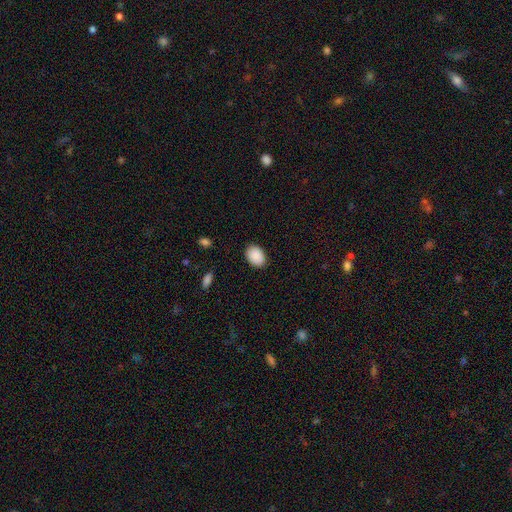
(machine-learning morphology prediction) Overall: smooth (90%). How rounded: in between (77%). Merging: none (88%).